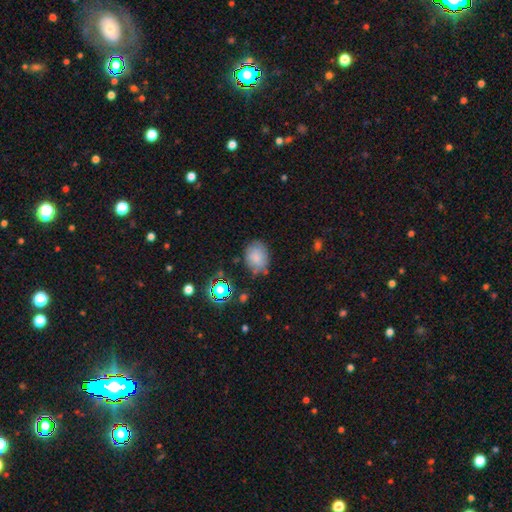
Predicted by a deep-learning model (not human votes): smooth-or-featured: smooth: 77% | star or artifact: 12% | featured or disk: 11%
  how-rounded: in between: 60% | round: 38% | cigar-shaped: 1%
  merging: none: 67% | minor disturbance: 23% | major disturbance: 6% | merger: 4%